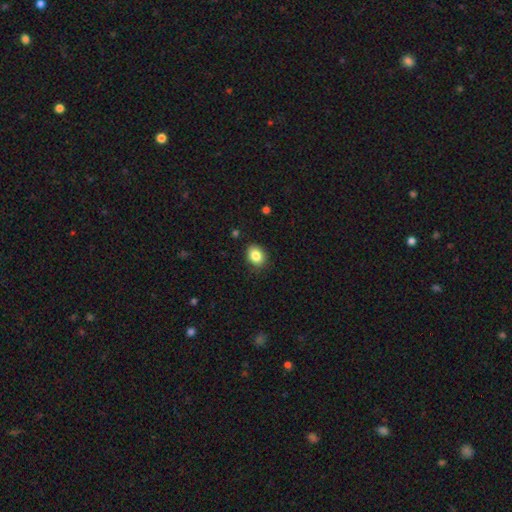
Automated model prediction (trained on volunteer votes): smooth-or-featured: smooth: 85% | star or artifact: 9% | featured or disk: 6%
  how-rounded: in between: 57% | round: 42% | cigar-shaped: 1%
  merging: none: 84% | minor disturbance: 12% | major disturbance: 3% | merger: 1%